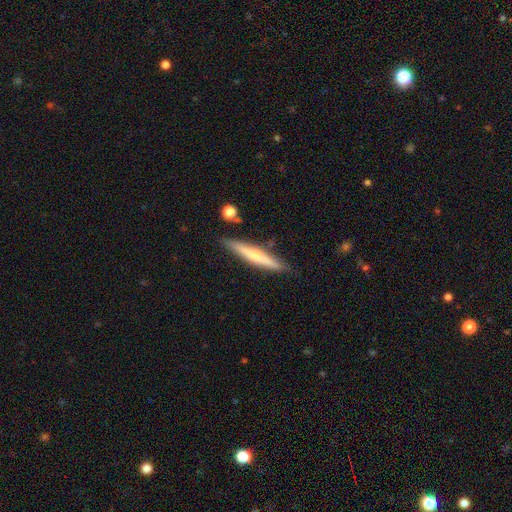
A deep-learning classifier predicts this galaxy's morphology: This is possibly a smooth galaxy (49%). Merging: clearly none (84%).